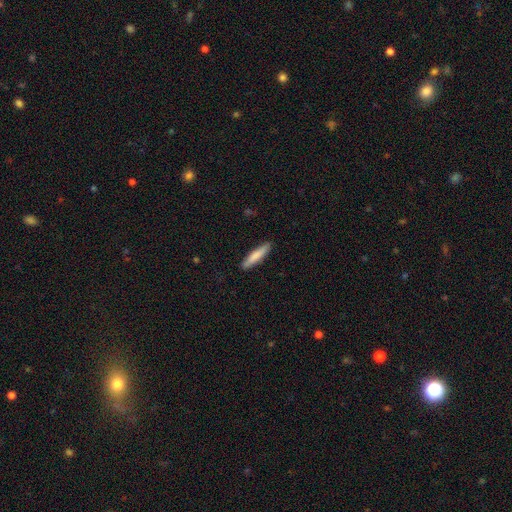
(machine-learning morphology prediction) smooth-or-featured: smooth: 78% | featured or disk: 17% | star or artifact: 5%
  how-rounded: cigar-shaped: 87% | in between: 12% | round: 1%
  merging: none: 87% | minor disturbance: 10% | major disturbance: 2% | merger: 1%